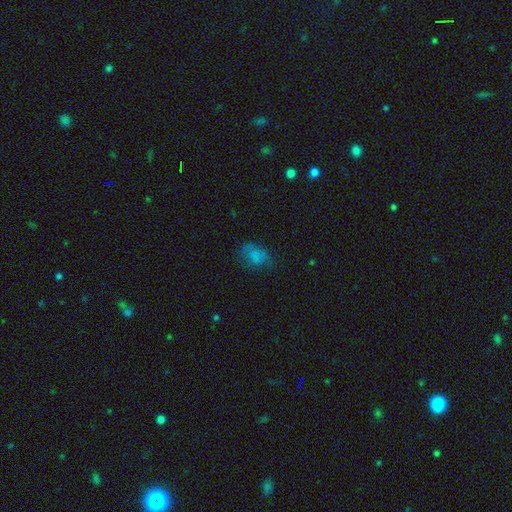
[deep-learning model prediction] The model was most divided on "merging": none: 54%, minor disturbance: 27%, major disturbance: 17%, merger: 2%. More confident: how rounded — in between (76%); smooth or featured — smooth (68%).